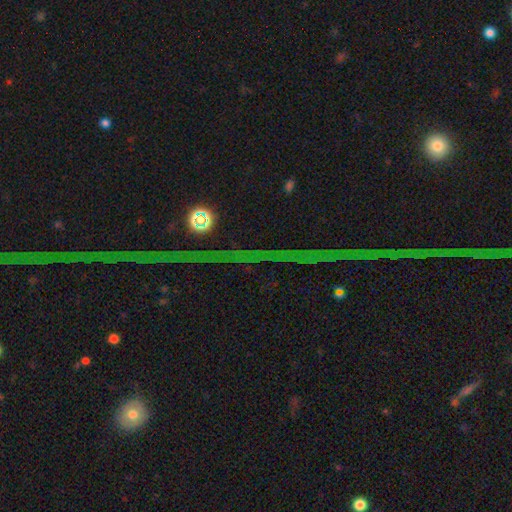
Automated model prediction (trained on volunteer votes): Smooth or featured: star or artifact — 82% (featured or disk — 10%)